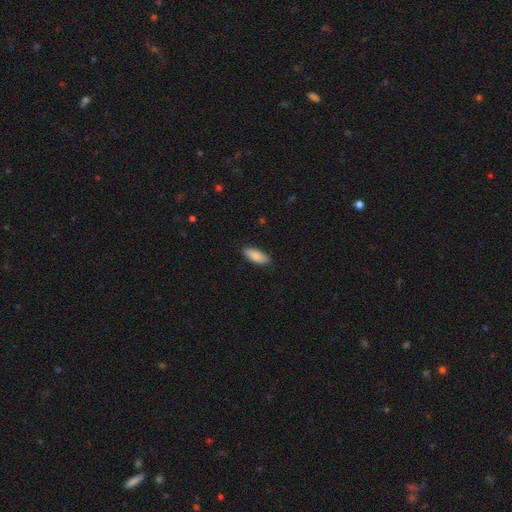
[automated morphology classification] A smooth galaxy with no disk features (87%) that is in between round and cigar-shaped (77%). Merging: none (88%).